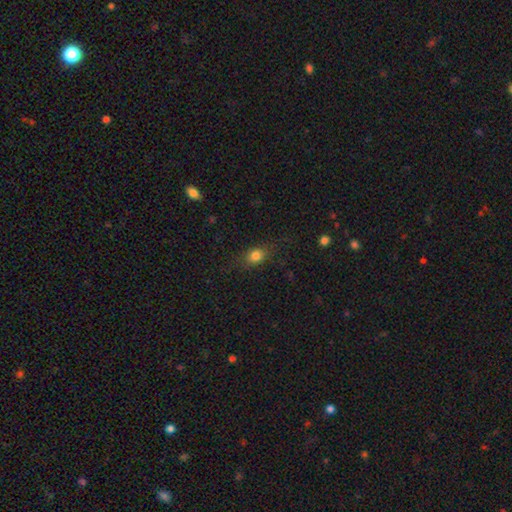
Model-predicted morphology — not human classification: A smooth galaxy with no disk features (79%) that is in between round and cigar-shaped (56%).

Vote fractions:
- Smooth or featured? smooth: 79% / star or artifact: 12% / featured or disk: 9%
- How rounded? in between: 56% / round: 40% / cigar-shaped: 4%
- Merging? none: 78% / minor disturbance: 15% / major disturbance: 6% / merger: 1%